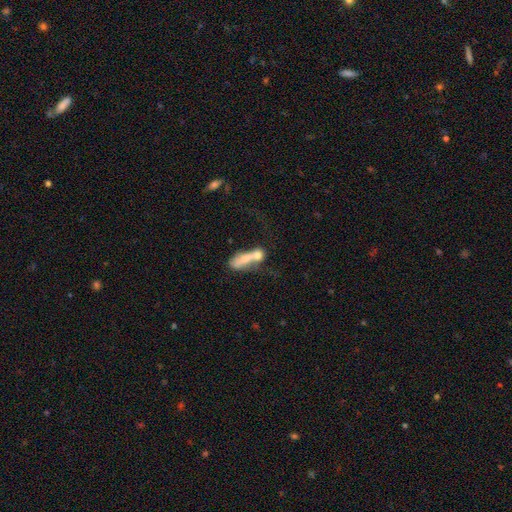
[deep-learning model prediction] Morphology: type=smooth (52%); roundness=in between (56%); merging=merger (61%).